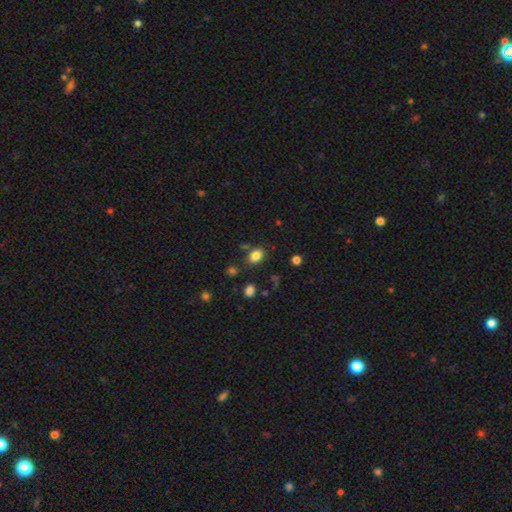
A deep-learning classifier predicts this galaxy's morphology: Smooth or featured? Predicted: smooth (p=0.84). How rounded? Predicted: in between (p=0.73). Merging? Predicted: none (p=0.78).